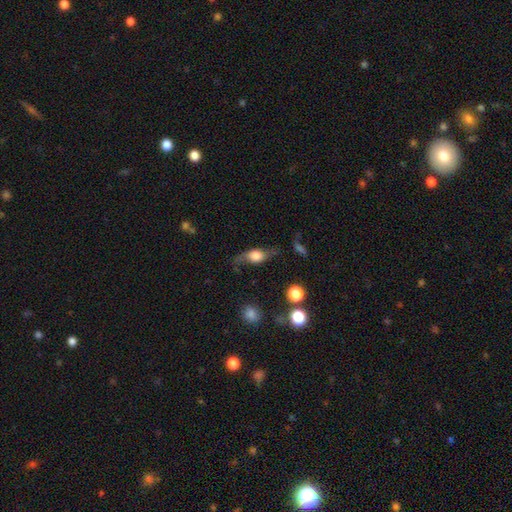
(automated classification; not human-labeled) Smooth or featured?
  - featured or disk: 48% *
  - smooth: 43%
  - star or artifact: 9%
Merging?
  - none: 58% *
  - minor disturbance: 25%
  - major disturbance: 15%
  - merger: 3%